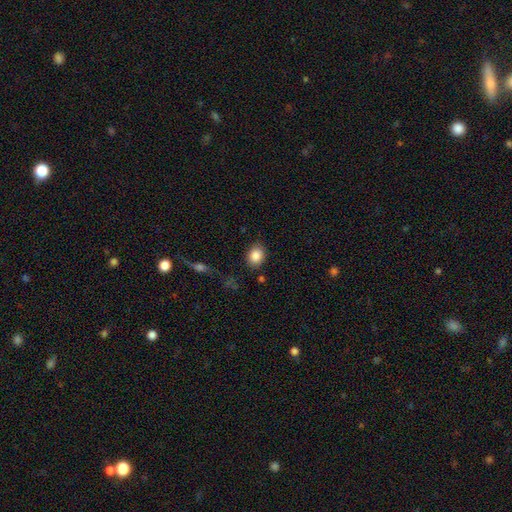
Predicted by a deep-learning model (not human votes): This appears to be a smooth galaxy with no disk features (86%) that is in between round and cigar-shaped (62%). Merging: none (83%).